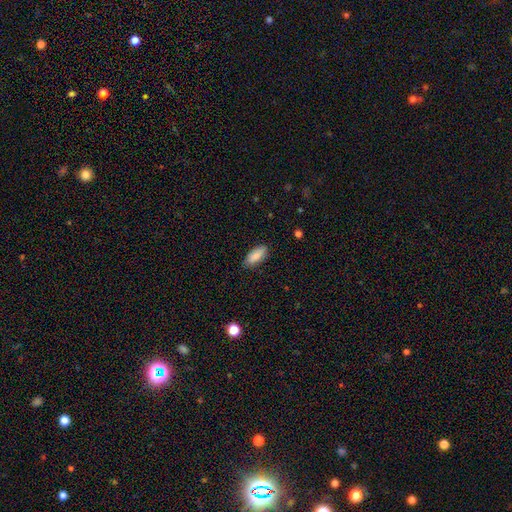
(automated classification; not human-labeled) Q: Smooth or featured?
A: smooth (86%); runner-up: featured or disk (8%)
Q: How rounded?
A: in between (84%); runner-up: cigar-shaped (14%)
Q: Merging?
A: none (84%); runner-up: minor disturbance (12%)